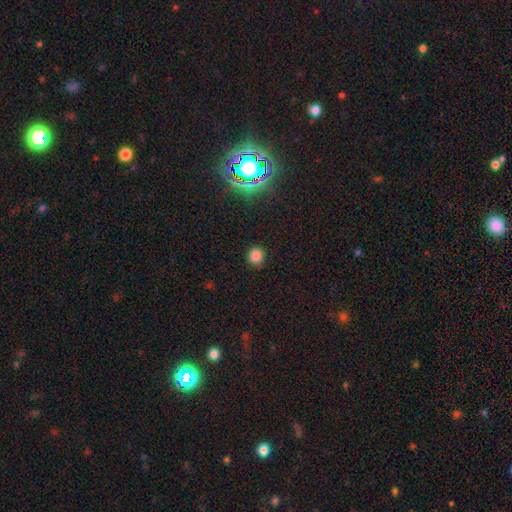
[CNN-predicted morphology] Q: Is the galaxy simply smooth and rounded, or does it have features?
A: smooth — 83%.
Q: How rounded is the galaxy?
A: round — 85%.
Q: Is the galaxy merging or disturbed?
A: none — 89%.